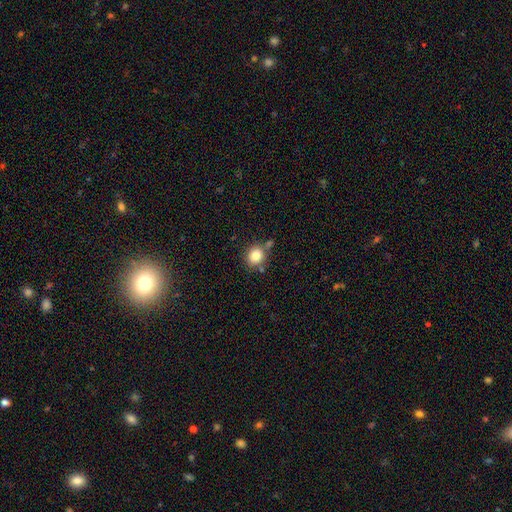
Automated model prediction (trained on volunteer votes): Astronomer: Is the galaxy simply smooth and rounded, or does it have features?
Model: smooth — 82%.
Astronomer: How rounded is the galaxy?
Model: round — 78%.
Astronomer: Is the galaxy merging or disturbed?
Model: none — 71%.